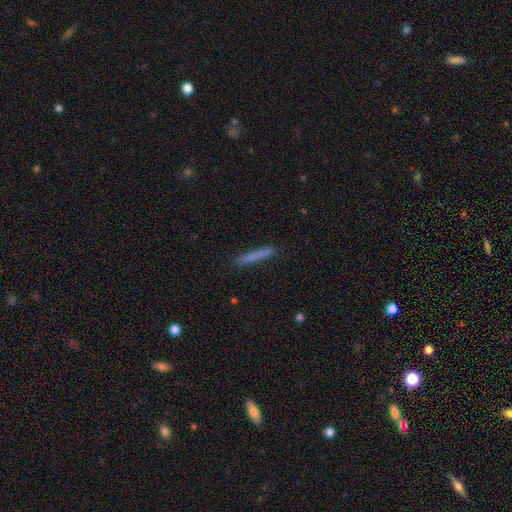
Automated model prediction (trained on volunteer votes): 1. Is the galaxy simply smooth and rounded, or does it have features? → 74% smooth, 19% featured or disk, 7% star or artifact.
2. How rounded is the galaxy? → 96% cigar-shaped, 3% in between, 1% round.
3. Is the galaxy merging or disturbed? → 86% none, 10% minor disturbance, 2% major disturbance, 2% merger.